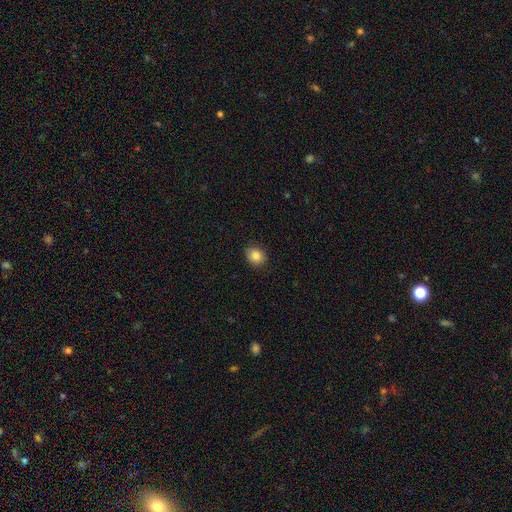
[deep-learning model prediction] A smooth galaxy with no disk features (84%) that is round (65%). Merging: none (88%).